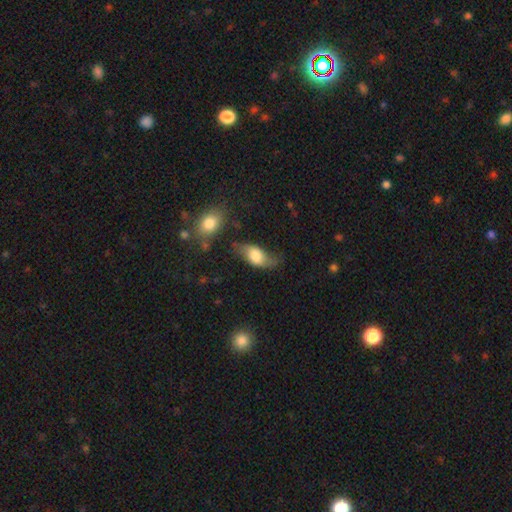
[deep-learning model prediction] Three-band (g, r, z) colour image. It shows a smooth galaxy with no disk features (60%) that is in between round and cigar-shaped (86%). Merging: none (52%).